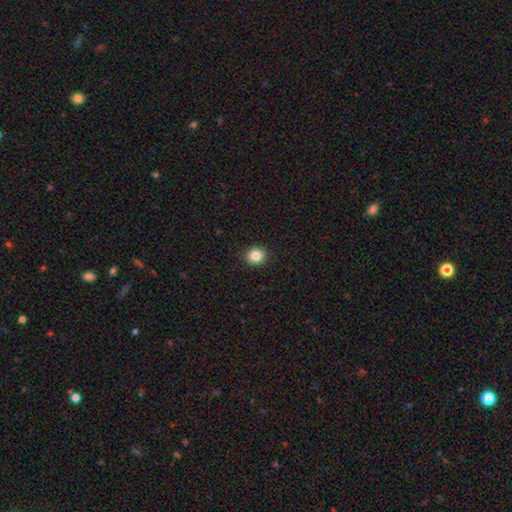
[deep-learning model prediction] The model was most divided on "how rounded": round: 79%, in between: 20%, cigar-shaped: 1%. More confident: merging — none (91%); smooth or featured — smooth (84%).